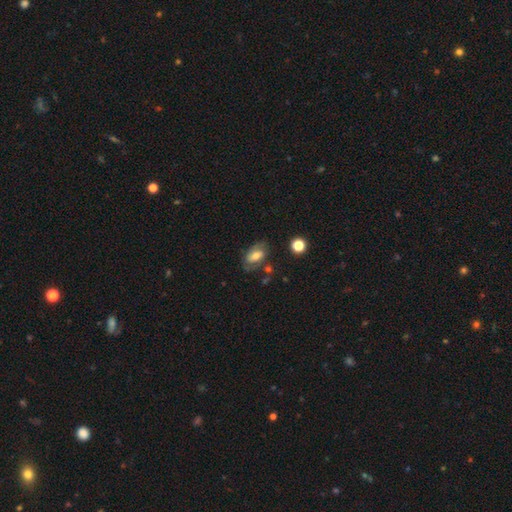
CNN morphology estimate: smooth-or-featured: smooth: 47% | featured or disk: 44% | star or artifact: 9%
  merging: none: 66% | minor disturbance: 20% | major disturbance: 9% | merger: 5%